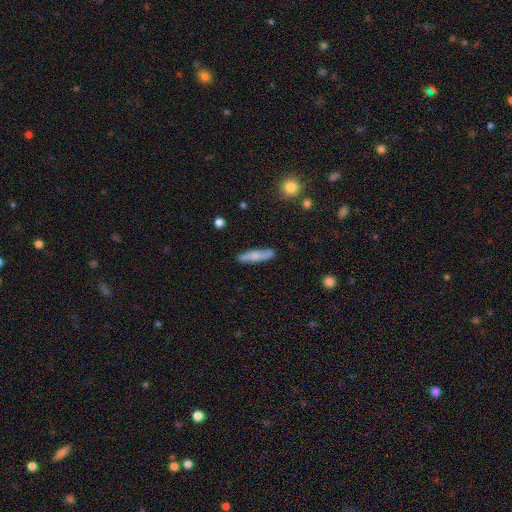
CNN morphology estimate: smooth_or_featured: smooth (p=0.66) [alt: featured or disk p=0.28]
how_rounded: cigar-shaped (p=0.80) [alt: in between p=0.18]
merging: none (p=0.82) [alt: minor disturbance p=0.13]